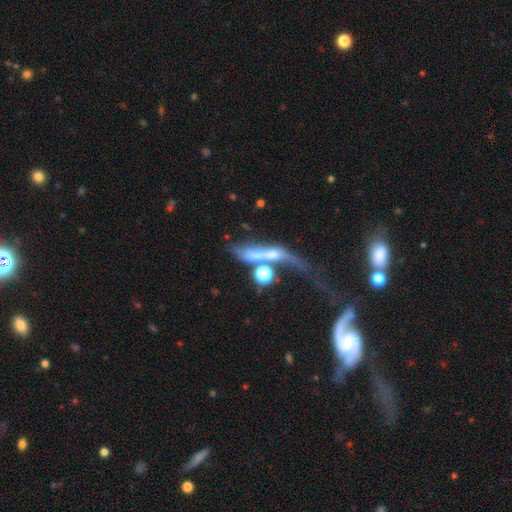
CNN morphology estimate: The model was most divided on "smooth or featured": smooth: 45%, featured or disk: 40%, star or artifact: 15%. Remaining: merging — merger (44%).